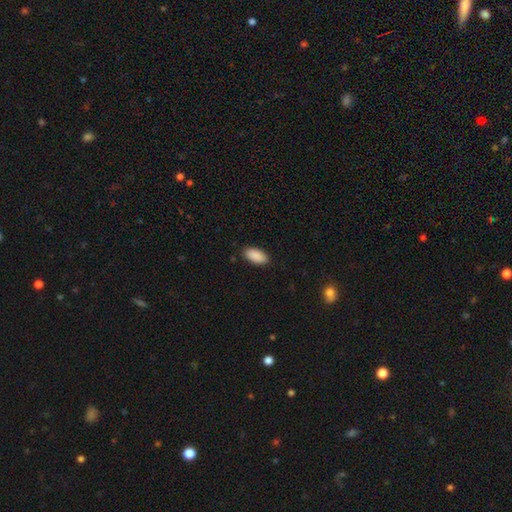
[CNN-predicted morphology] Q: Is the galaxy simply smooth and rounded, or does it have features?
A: smooth — 91%.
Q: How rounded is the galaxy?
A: in between — 93%.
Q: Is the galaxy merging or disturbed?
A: none — 89%.